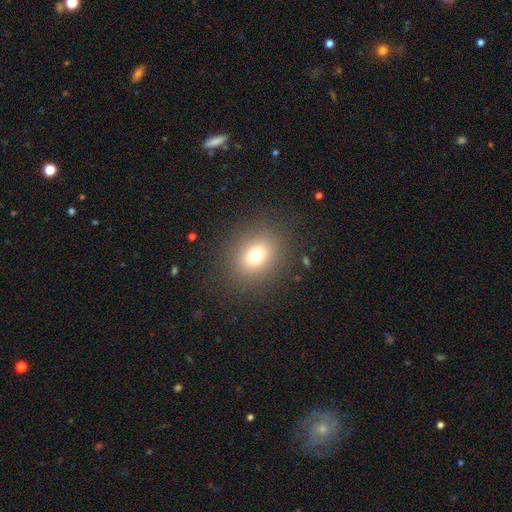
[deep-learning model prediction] Smooth or featured? Predicted: smooth (p=0.73). How rounded? Predicted: round (p=0.64). Merging? Predicted: none (p=0.86).